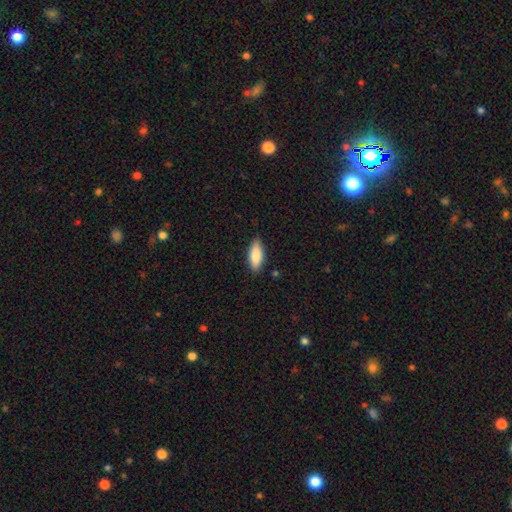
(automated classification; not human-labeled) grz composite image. It shows a smooth galaxy with no disk features (82%) that is in between round and cigar-shaped (69%). Merging: none (86%).